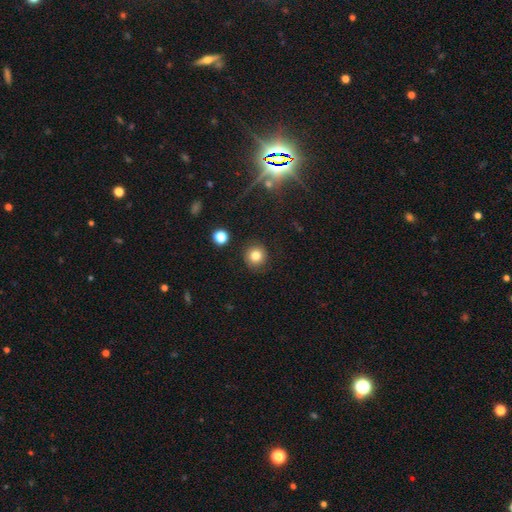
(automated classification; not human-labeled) The model was most divided on "smooth or featured": smooth: 80%, star or artifact: 12%, featured or disk: 8%. More confident: how rounded — round (92%); merging — none (88%).